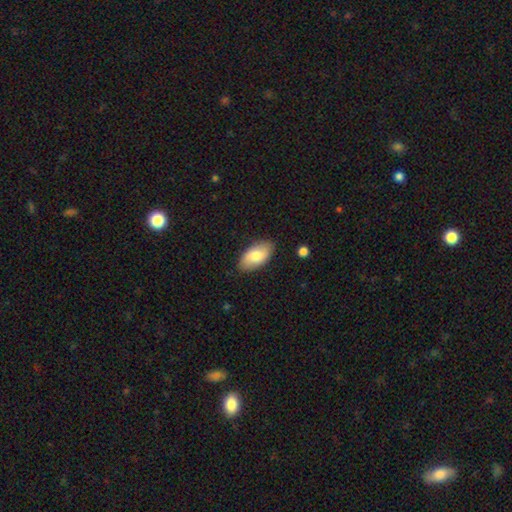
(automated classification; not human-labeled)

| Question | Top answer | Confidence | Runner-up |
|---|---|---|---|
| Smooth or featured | smooth | 76% | featured or disk (18%) |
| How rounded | in between | 95% | round (3%) |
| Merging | none | 84% | minor disturbance (12%) |